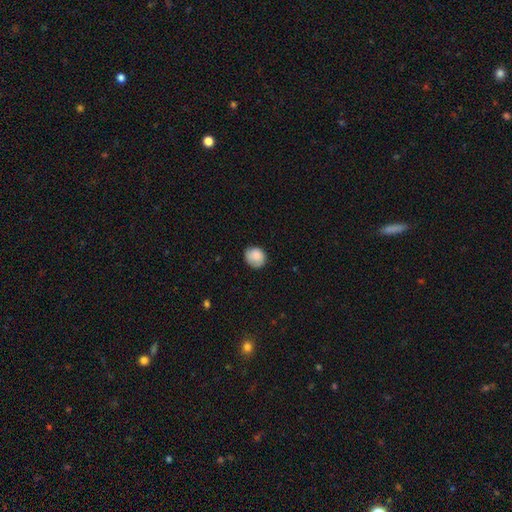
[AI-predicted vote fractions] Q: Smooth or featured?
A: smooth (84%); runner-up: featured or disk (8%)
Q: How rounded?
A: round (81%); runner-up: in between (19%)
Q: Merging?
A: none (77%); runner-up: minor disturbance (18%)